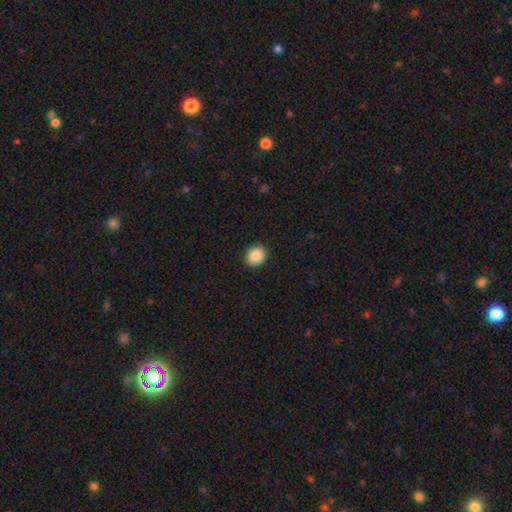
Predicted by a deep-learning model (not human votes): Smooth or featured? Predicted: smooth (p=0.88). How rounded? Predicted: round (p=0.68). Merging? Predicted: none (p=0.92).